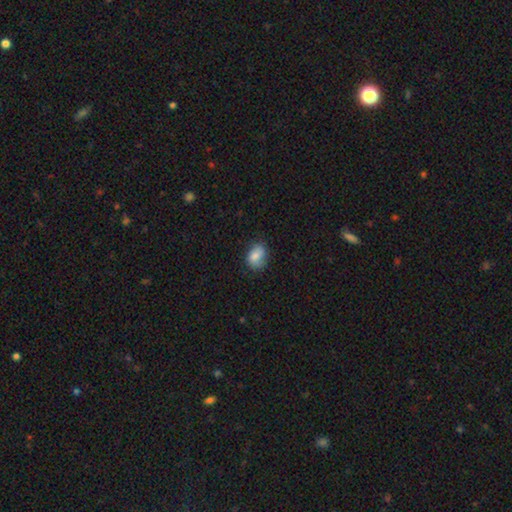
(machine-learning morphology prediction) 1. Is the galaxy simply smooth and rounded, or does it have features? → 79% smooth, 12% featured or disk, 8% star or artifact.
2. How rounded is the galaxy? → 68% in between, 31% round, 1% cigar-shaped.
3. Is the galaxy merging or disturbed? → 67% none, 25% minor disturbance, 6% major disturbance, 2% merger.